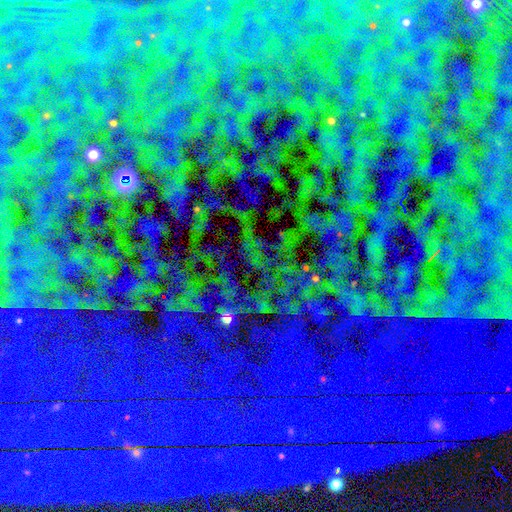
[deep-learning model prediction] smooth-or-featured: star or artifact: 74% | smooth: 16% | featured or disk: 10%